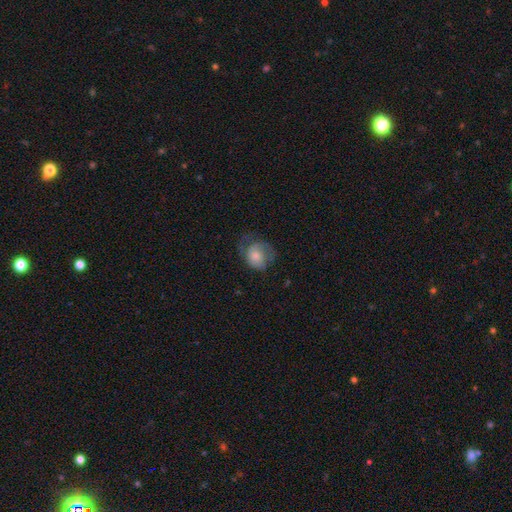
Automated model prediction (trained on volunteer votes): This appears to be a smooth galaxy with no disk features (54%) that is round (63%). Merging: none (45%).